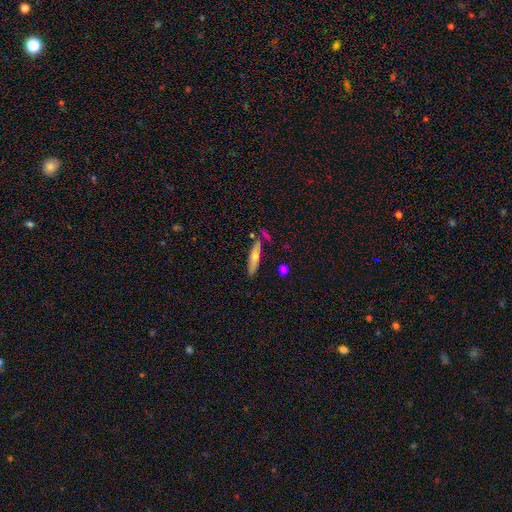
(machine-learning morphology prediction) smooth-or-featured: smooth: 59% | featured or disk: 35% | star or artifact: 7%
  how-rounded: cigar-shaped: 79% | in between: 19% | round: 2%
  merging: none: 74% | minor disturbance: 15% | merger: 8% | major disturbance: 4%